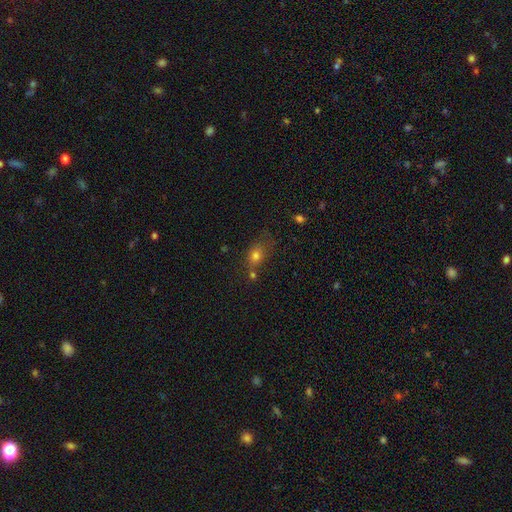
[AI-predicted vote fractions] A smooth galaxy with no disk features (75%) that is in between round and cigar-shaped (59%).

Vote fractions:
- Smooth or featured? smooth: 75% / star or artifact: 14% / featured or disk: 11%
- How rounded? in between: 59% / round: 38% / cigar-shaped: 3%
- Merging? none: 51% / minor disturbance: 22% / merger: 17% / major disturbance: 10%